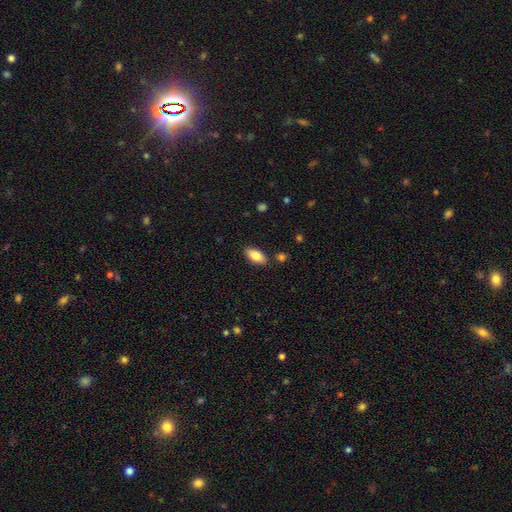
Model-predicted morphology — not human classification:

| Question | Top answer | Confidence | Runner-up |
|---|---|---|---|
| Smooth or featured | smooth | 85% | featured or disk (8%) |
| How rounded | in between | 92% | cigar-shaped (6%) |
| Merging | none | 85% | minor disturbance (10%) |